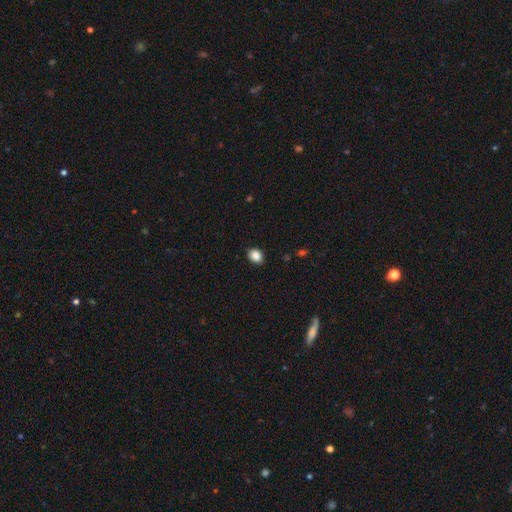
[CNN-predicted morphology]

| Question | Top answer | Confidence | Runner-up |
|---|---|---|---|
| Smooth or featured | smooth | 88% | star or artifact (9%) |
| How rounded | in between | 63% | round (36%) |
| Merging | none | 89% | minor disturbance (8%) |